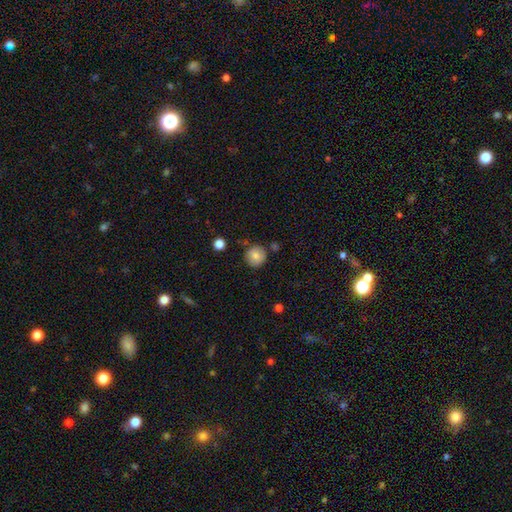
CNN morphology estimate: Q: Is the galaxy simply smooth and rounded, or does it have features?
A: smooth — 82%.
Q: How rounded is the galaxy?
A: round — 94%.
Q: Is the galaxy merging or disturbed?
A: none — 83%.